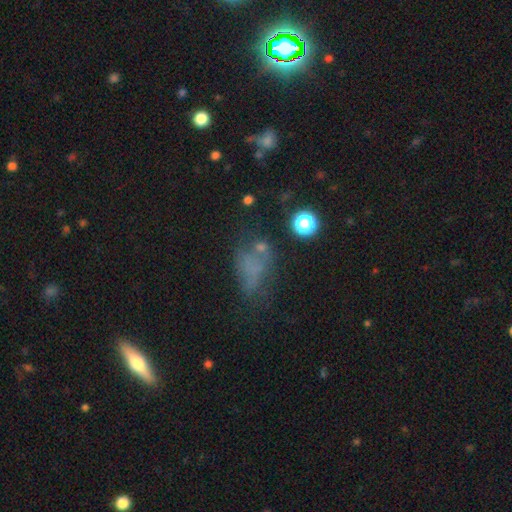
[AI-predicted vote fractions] A smooth galaxy with no disk features (50%). Merging: none (43%).